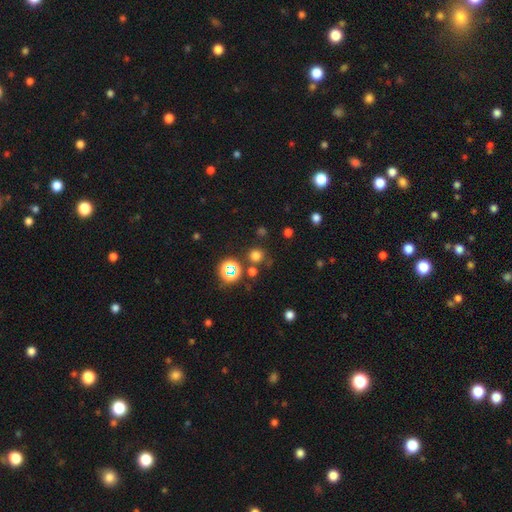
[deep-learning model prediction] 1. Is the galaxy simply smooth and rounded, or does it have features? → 68% smooth, 27% star or artifact, 6% featured or disk.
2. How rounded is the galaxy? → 93% round, 6% in between, 1% cigar-shaped.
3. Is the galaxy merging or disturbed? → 80% none, 8% merger, 8% minor disturbance, 4% major disturbance.